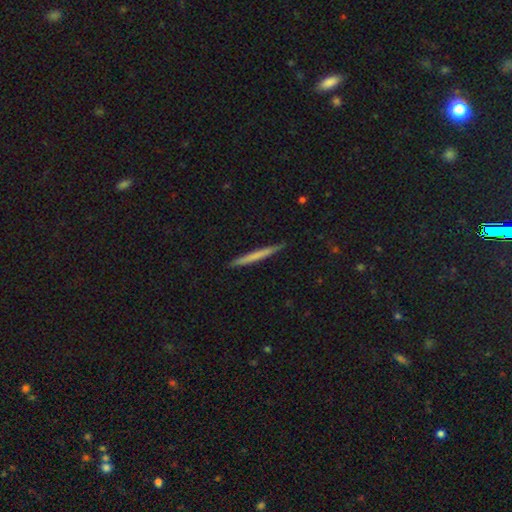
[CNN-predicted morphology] Q: Smooth or featured?
A: smooth (61%); runner-up: featured or disk (34%)
Q: How rounded?
A: cigar-shaped (97%); runner-up: in between (2%)
Q: Merging?
A: none (90%); runner-up: minor disturbance (8%)